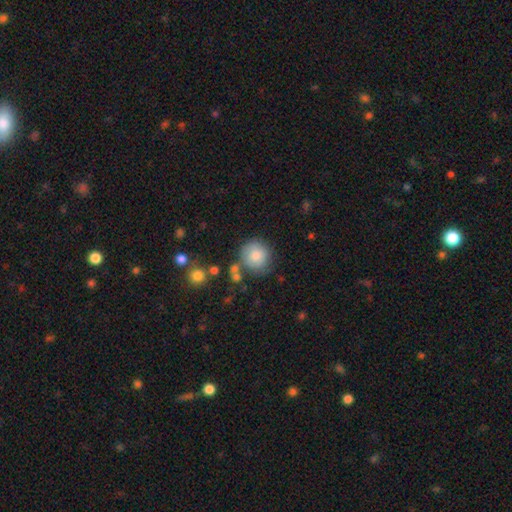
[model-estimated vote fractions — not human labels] Smooth or featured? smooth (80%)
How rounded? round (91%)
Merging? none (68%)